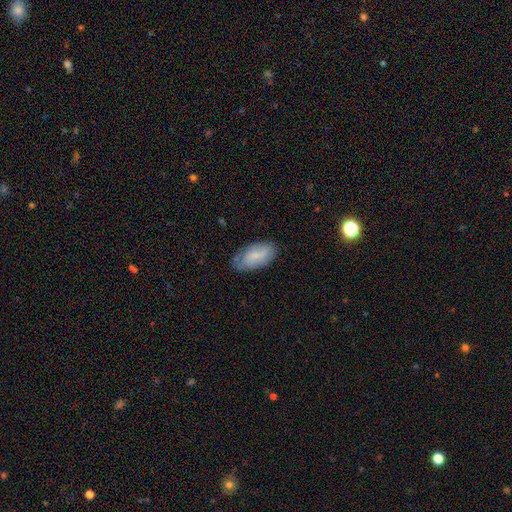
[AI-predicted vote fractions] A smooth galaxy with no disk features (70%) that is in between round and cigar-shaped (93%). Merging: none (72%).